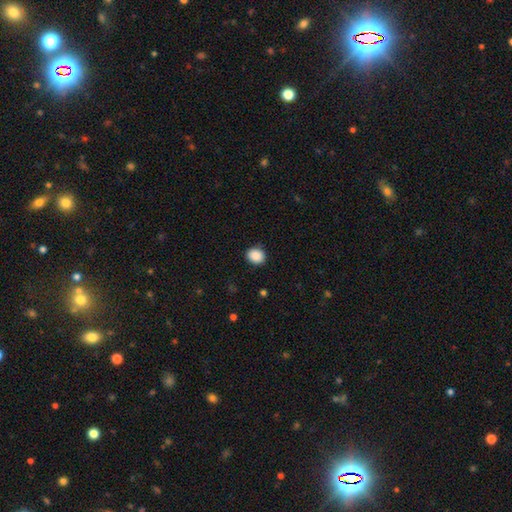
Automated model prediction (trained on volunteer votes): Smooth or featured? smooth (89%)
How rounded? round (61%)
Merging? none (87%)